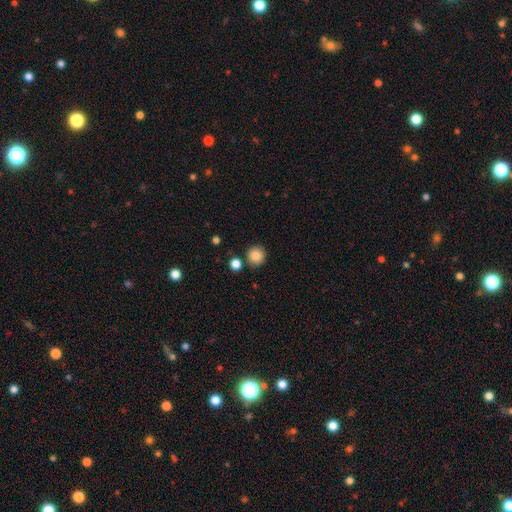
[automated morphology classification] This is clearly a smooth galaxy (85%). How rounded: clearly round (92%). Merging: clearly none (84%).